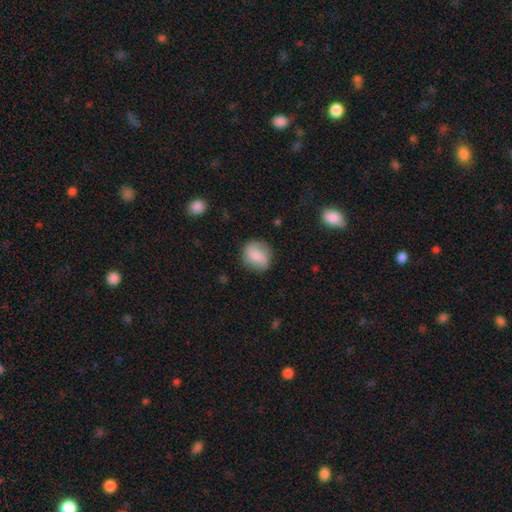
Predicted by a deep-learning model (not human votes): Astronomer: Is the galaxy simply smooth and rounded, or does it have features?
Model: smooth — 74%.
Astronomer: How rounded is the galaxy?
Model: round — 73%.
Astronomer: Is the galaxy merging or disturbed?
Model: none — 75%.